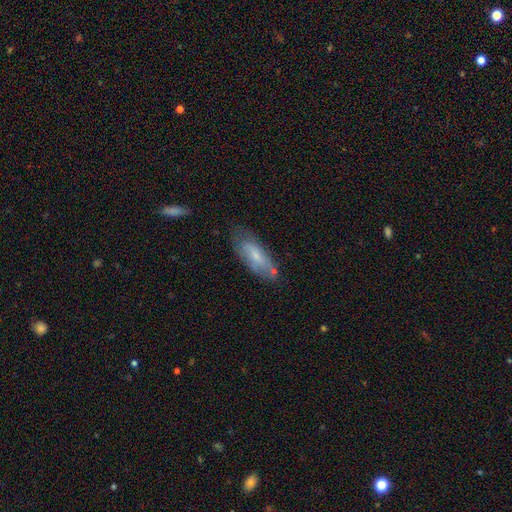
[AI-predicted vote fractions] Smooth or featured? Predicted: smooth (p=0.60). How rounded? Predicted: in between (p=0.71). Merging? Predicted: none (p=0.61).